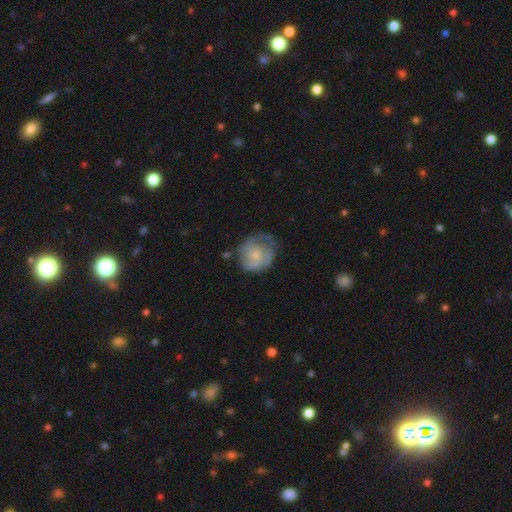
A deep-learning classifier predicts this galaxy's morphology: featured or disk 60%, smooth 33%, star or artifact 7%. Down the decision tree: edge-on disk — no (98%); bar — no (76%); spiral arms — yes (79%); bulge size — small (60%); merging — none (57%).